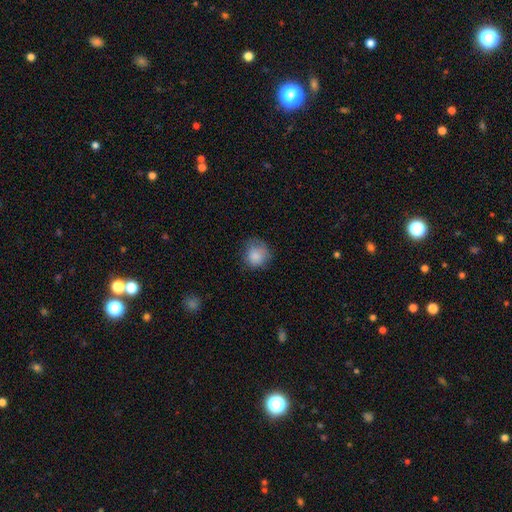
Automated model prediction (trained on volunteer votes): Smooth or featured: smooth — 85% (star or artifact — 8%)
How rounded: round — 85% (in between — 14%)
Merging: none — 68% (minor disturbance — 23%)